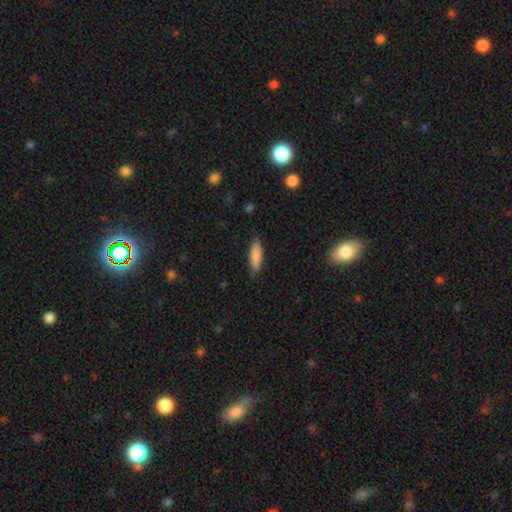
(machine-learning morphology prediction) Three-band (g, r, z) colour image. It shows a smooth galaxy with no disk features (84%) that is cigar-shaped (55%). Merging: none (82%).